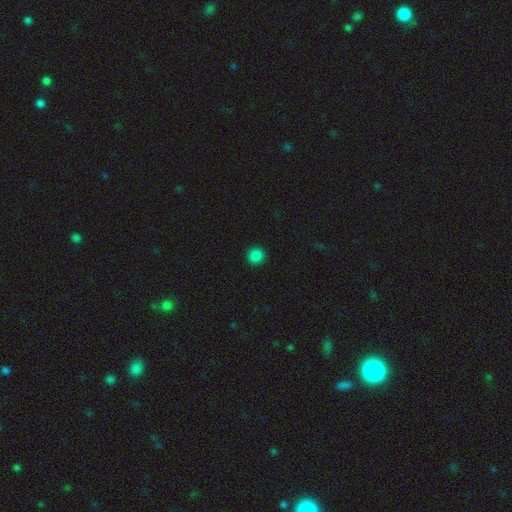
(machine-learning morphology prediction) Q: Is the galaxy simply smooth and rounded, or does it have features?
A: smooth — 85%.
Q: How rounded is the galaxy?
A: round — 94%.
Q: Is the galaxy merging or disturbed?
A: none — 93%.